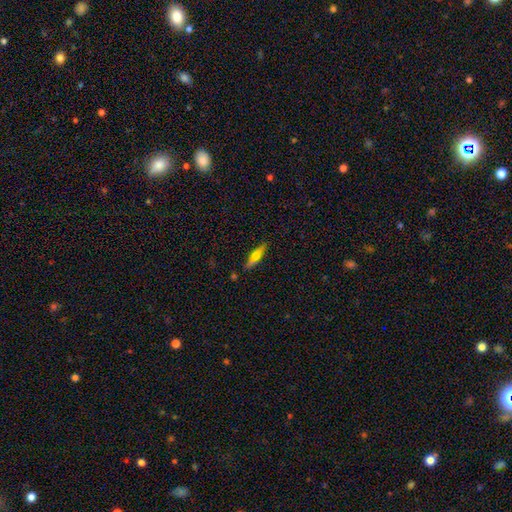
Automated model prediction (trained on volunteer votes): Smooth or featured? smooth (53%)
How rounded? cigar-shaped (73%)
Merging? none (79%)